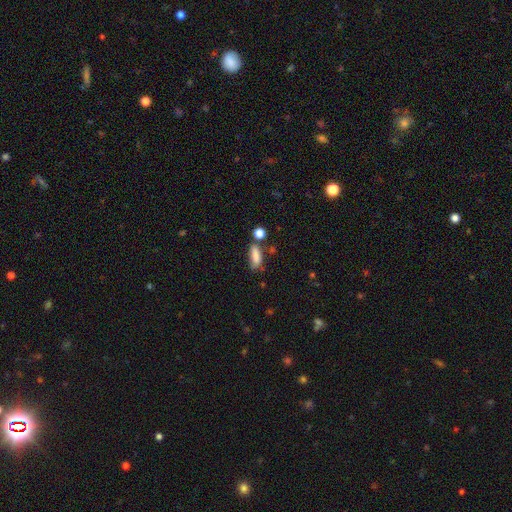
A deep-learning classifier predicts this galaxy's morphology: type=smooth (82%); roundness=in between (63%); merging=none (54%).